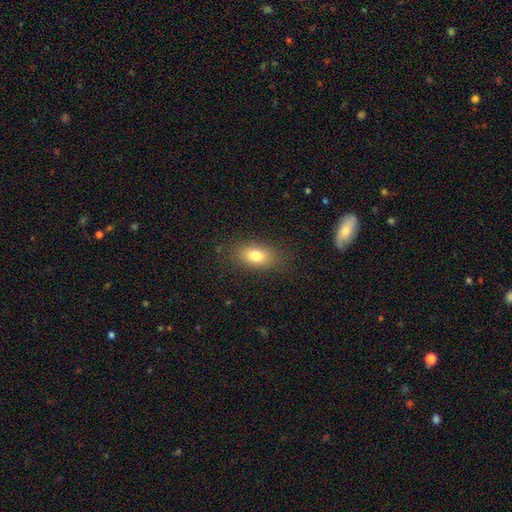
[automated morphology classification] Smooth or featured?
  - smooth: 78% *
  - featured or disk: 12%
  - star or artifact: 9%
How rounded?
  - in between: 87% *
  - round: 9%
  - cigar-shaped: 4%
Merging?
  - none: 84% *
  - minor disturbance: 11%
  - major disturbance: 4%
  - merger: 1%